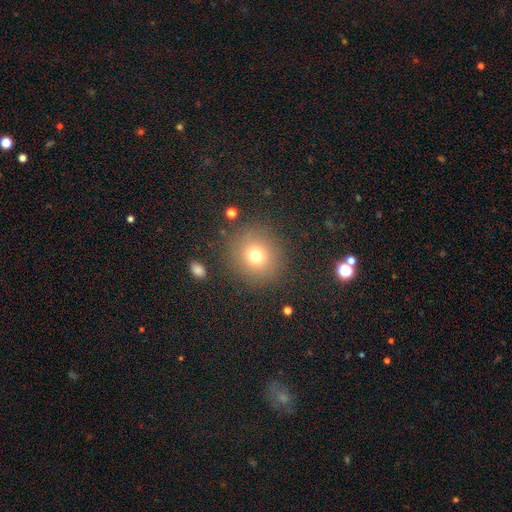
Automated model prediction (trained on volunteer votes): Smooth or featured: smooth — 73% (star or artifact — 16%)
How rounded: round — 88% (in between — 11%)
Merging: none — 86% (minor disturbance — 8%)